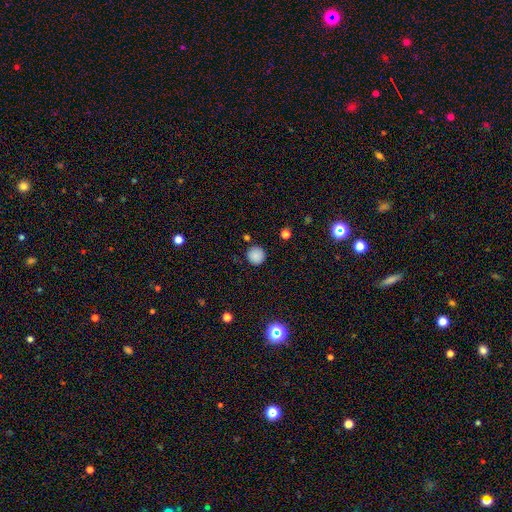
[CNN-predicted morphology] type=smooth (84%); roundness=round (95%); merging=none (86%).